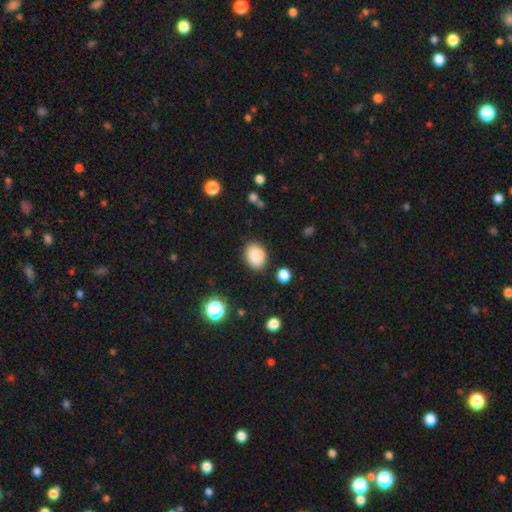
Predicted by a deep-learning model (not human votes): This appears to be a smooth galaxy with no disk features (86%) that is in between round and cigar-shaped (68%). Merging: none (81%).